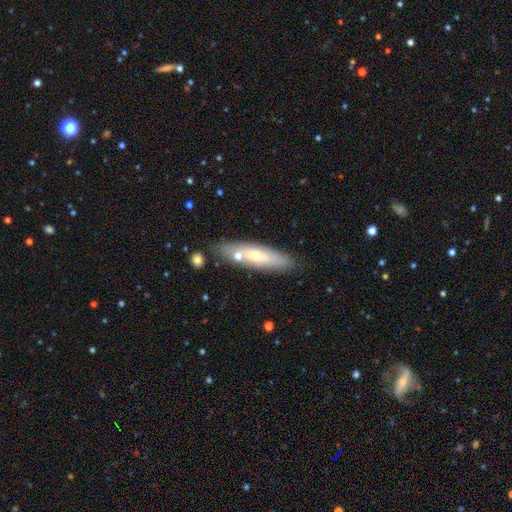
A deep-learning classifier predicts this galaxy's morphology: type=smooth (51%); roundness=cigar-shaped (67%); merging=none (75%).